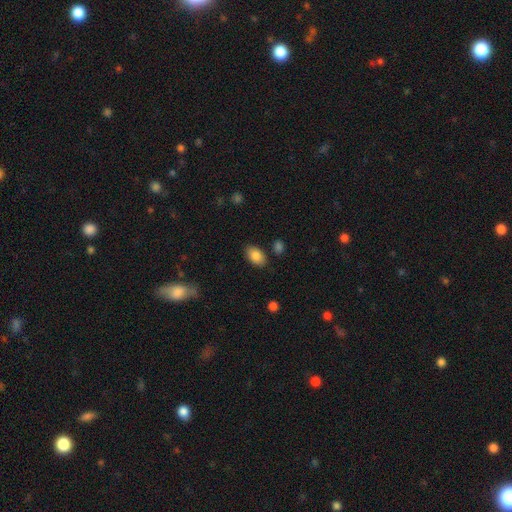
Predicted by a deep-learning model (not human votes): Morphology: type=smooth (85%); roundness=in between (90%); merging=none (83%).